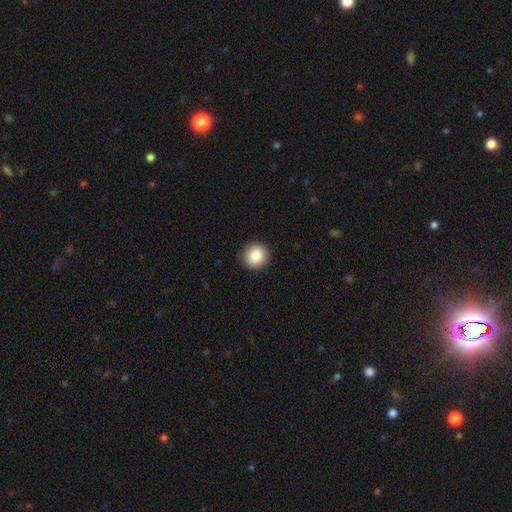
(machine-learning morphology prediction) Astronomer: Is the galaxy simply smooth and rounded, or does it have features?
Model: smooth — 86%.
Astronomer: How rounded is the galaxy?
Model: round — 94%.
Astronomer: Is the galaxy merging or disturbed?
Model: none — 93%.